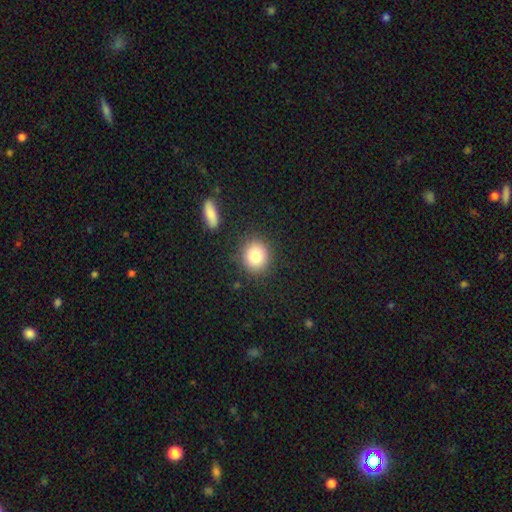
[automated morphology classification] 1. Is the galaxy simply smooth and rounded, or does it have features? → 80% smooth, 10% star or artifact, 9% featured or disk.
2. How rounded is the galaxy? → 81% round, 18% in between, 1% cigar-shaped.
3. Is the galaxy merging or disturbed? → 86% none, 9% minor disturbance, 3% major disturbance, 2% merger.